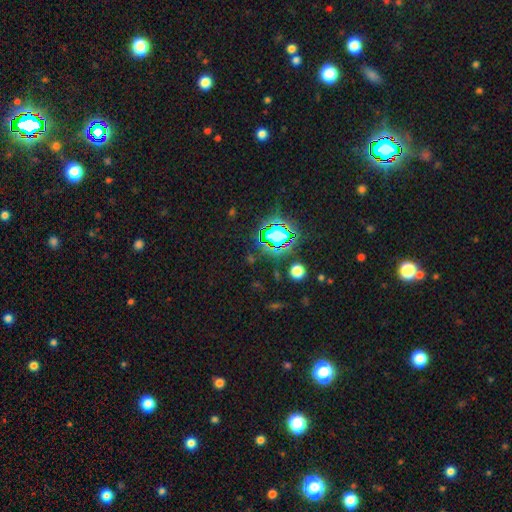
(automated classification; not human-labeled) Smooth or featured: star or artifact — 78% (smooth — 14%)